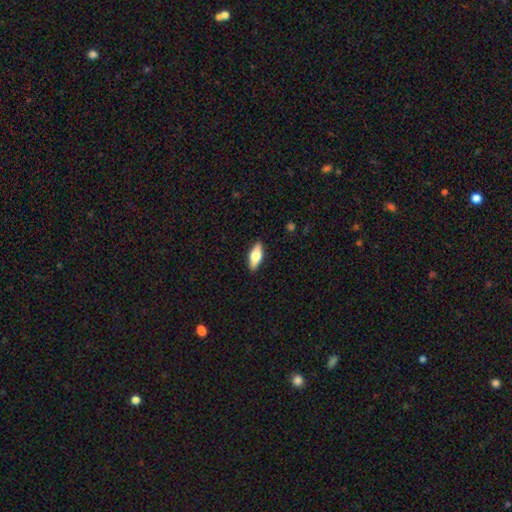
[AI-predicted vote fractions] Smooth or featured? Predicted: smooth (p=0.61). How rounded? Predicted: in between (p=0.74). Merging? Predicted: none (p=0.89).